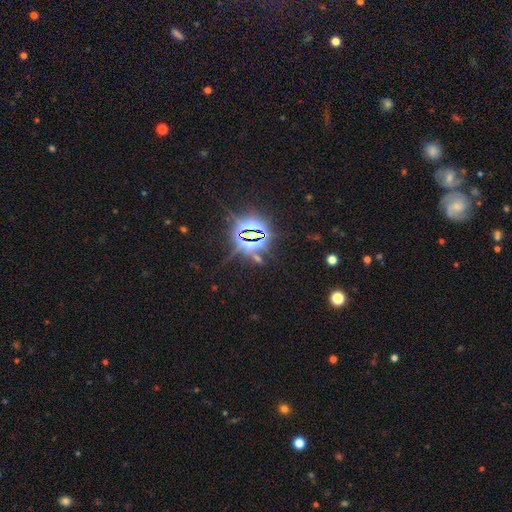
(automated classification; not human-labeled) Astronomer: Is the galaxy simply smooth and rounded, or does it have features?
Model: star or artifact — 84%.